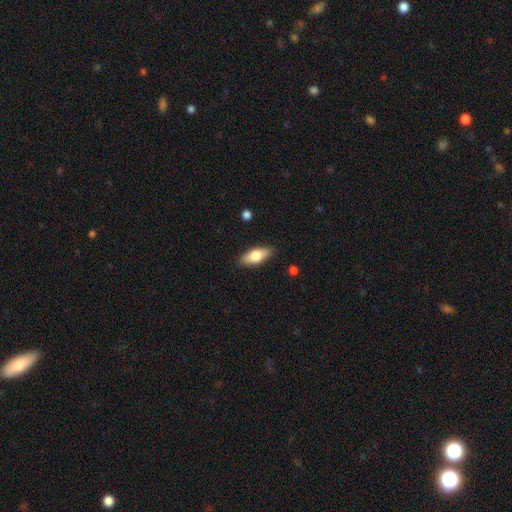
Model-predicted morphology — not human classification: Smooth or featured? Predicted: smooth (p=0.74). How rounded? Predicted: in between (p=0.79). Merging? Predicted: none (p=0.87).